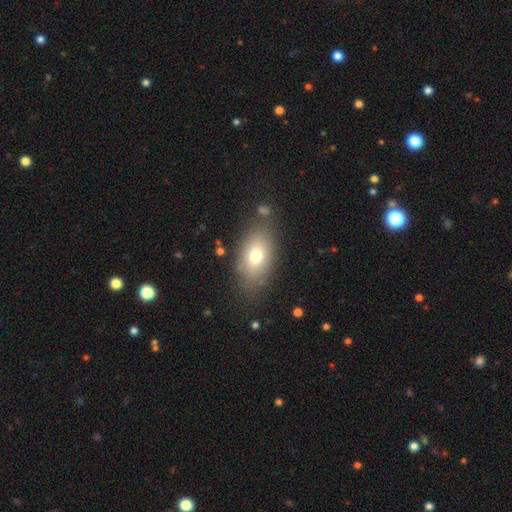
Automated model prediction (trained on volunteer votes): This is likely a smooth galaxy (72%). How rounded: clearly in between (86%). Merging: likely none (75%).